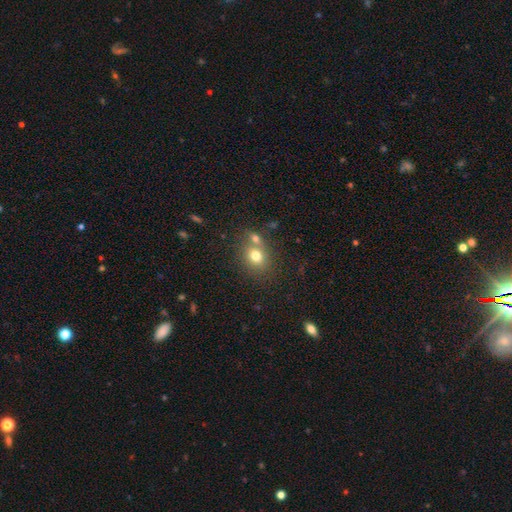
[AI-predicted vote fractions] This appears to be a smooth galaxy with no disk features (75%) that is round (58%). Merging: none (54%).